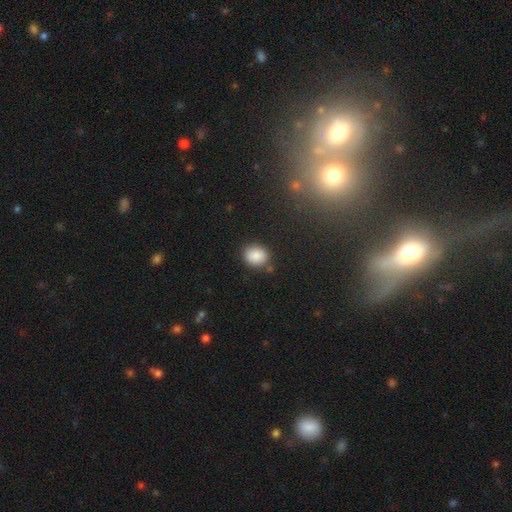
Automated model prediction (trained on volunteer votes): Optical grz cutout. It shows a smooth galaxy with no disk features (87%) that is round (60%). Merging: none (80%).